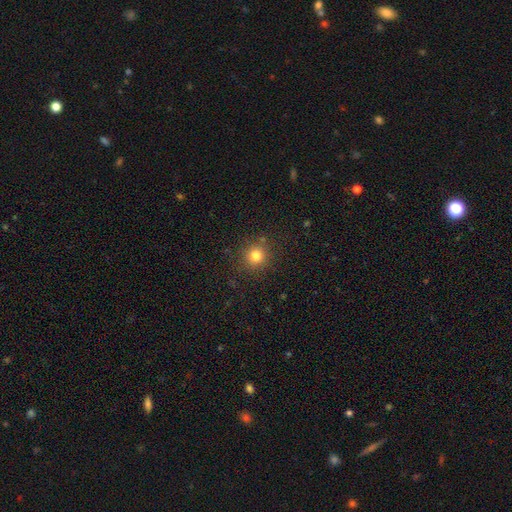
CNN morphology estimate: Smooth or featured? Predicted: smooth (p=0.79). How rounded? Predicted: round (p=0.92). Merging? Predicted: none (p=0.86).